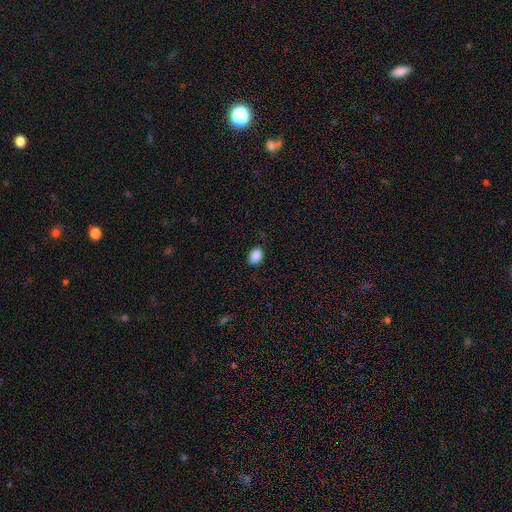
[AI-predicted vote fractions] Smooth or featured? smooth (89%)
How rounded? in between (73%)
Merging? none (86%)